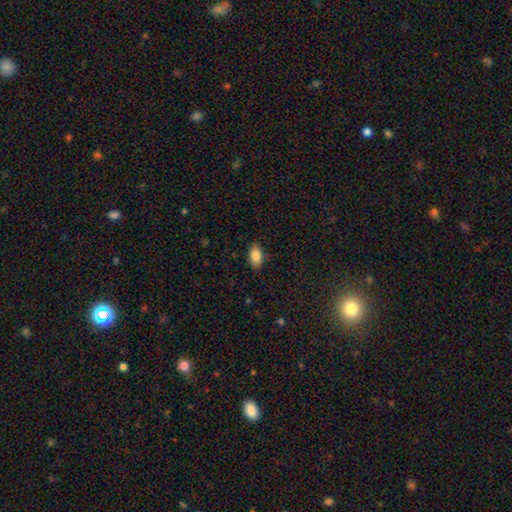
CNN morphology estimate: Smooth or featured? Predicted: smooth (p=0.85). How rounded? Predicted: in between (p=0.92). Merging? Predicted: none (p=0.86).